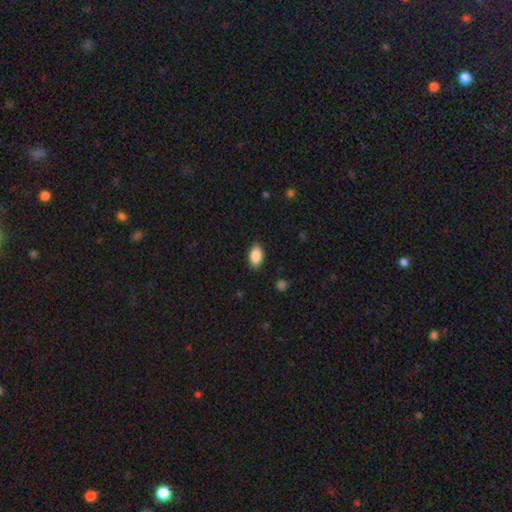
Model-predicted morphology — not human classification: This is clearly a smooth galaxy (87%). How rounded: clearly in between (92%). Merging: clearly none (87%).